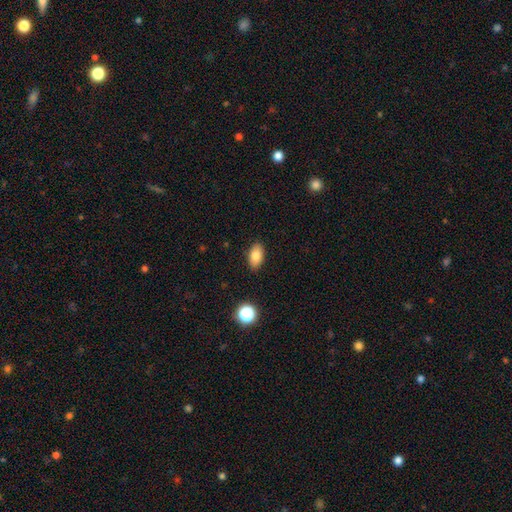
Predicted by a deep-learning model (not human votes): Q: Smooth or featured?
A: smooth (82%); runner-up: star or artifact (9%)
Q: How rounded?
A: in between (91%); runner-up: round (7%)
Q: Merging?
A: none (88%); runner-up: minor disturbance (8%)